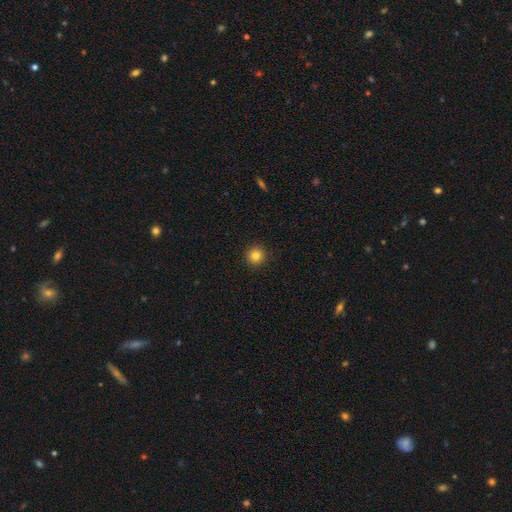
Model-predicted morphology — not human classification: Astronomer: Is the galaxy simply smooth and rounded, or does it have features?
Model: smooth — 83%.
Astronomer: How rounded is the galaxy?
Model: round — 95%.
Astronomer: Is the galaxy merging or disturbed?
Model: none — 92%.